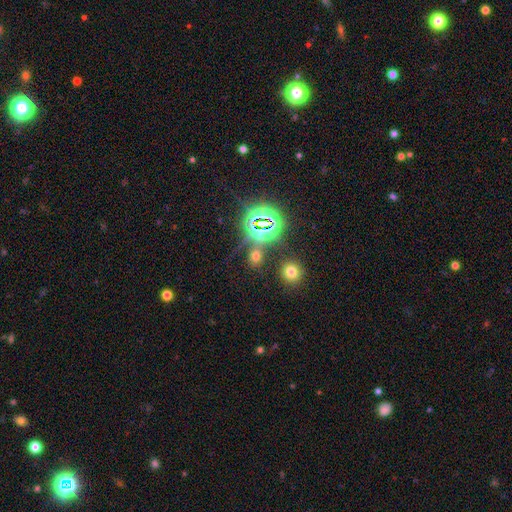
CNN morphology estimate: The model was most divided on "smooth or featured" (2-way tie): smooth: 46%, star or artifact: 46%, featured or disk: 8%. More confident: merging — none (74%).